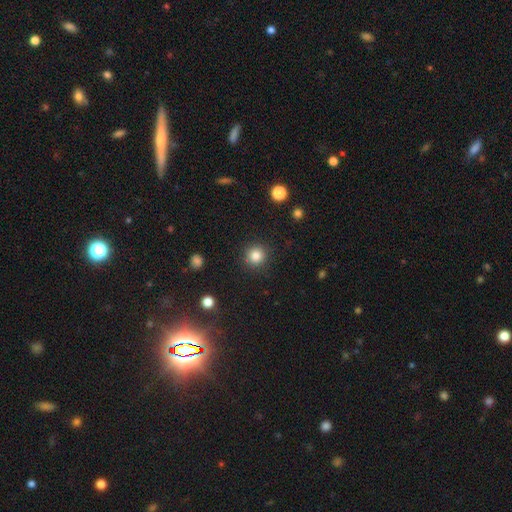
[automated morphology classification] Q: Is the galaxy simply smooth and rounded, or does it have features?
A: smooth — 85%.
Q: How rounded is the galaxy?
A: round — 94%.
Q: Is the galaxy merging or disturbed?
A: none — 90%.